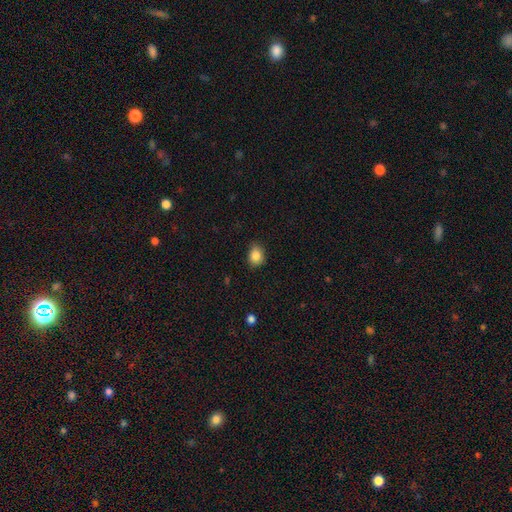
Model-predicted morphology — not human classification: type=smooth (85%); roundness=round (53%); merging=none (81%).